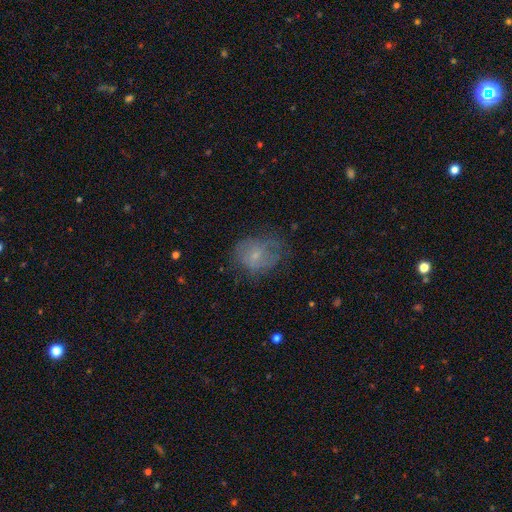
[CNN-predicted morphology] A smooth galaxy with no disk features (50%) that is round (52%). Merging: none (47%).